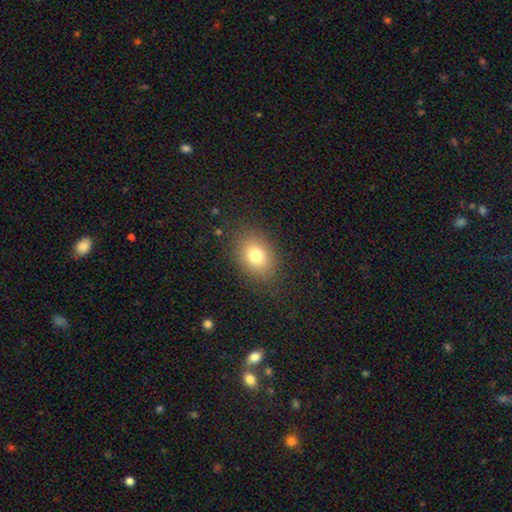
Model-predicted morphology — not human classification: smooth_or_featured: smooth (p=0.77) [alt: featured or disk p=0.11]
how_rounded: in between (p=0.70) [alt: round p=0.29]
merging: none (p=0.84) [alt: minor disturbance p=0.11]